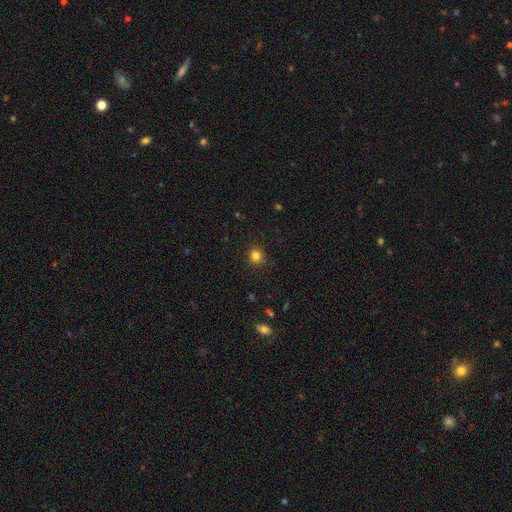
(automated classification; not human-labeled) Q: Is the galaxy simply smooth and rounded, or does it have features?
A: smooth — 83%.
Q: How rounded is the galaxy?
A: round — 90%.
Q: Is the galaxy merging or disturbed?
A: none — 90%.